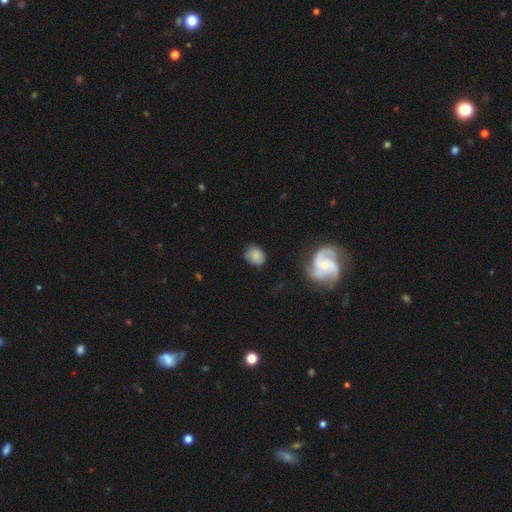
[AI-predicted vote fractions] Smooth or featured: smooth — 76% (featured or disk — 14%)
How rounded: round — 52% (in between — 47%)
Merging: none — 68% (minor disturbance — 23%)